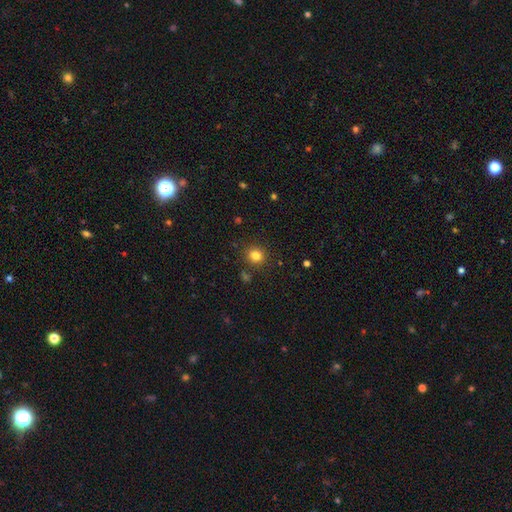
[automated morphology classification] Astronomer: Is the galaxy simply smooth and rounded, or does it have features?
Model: smooth — 81%.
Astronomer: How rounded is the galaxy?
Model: round — 87%.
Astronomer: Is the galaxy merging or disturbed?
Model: none — 87%.